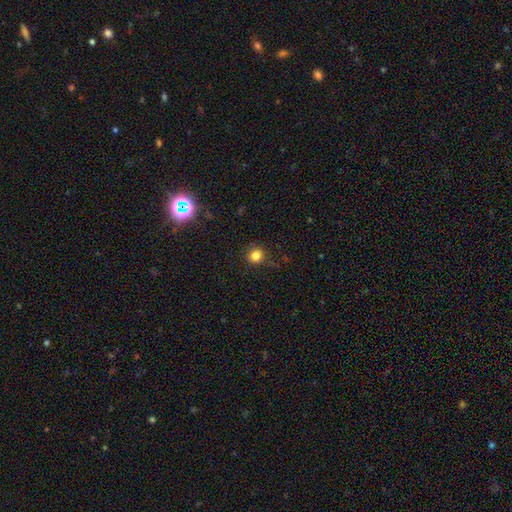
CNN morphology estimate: Smooth or featured: smooth — 81% (star or artifact — 14%)
How rounded: round — 89% (in between — 10%)
Merging: none — 85% (minor disturbance — 11%)